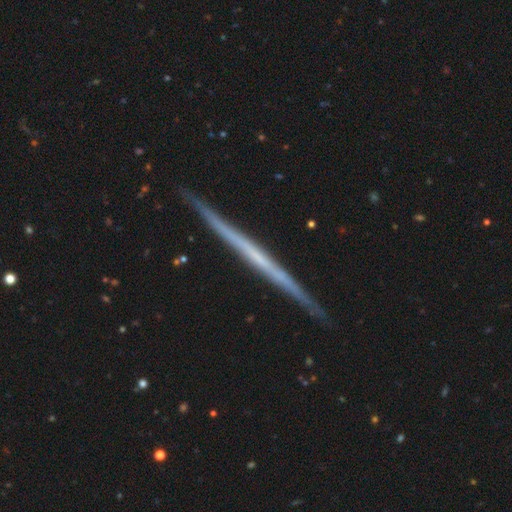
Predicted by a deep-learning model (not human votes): Smooth or featured: featured or disk — 73% (smooth — 21%)
Edge-on disk: yes — 98% (no — 2%)
Edge-on bulge: none — 89% (rounded — 7%)
Merging: none — 91% (minor disturbance — 7%)